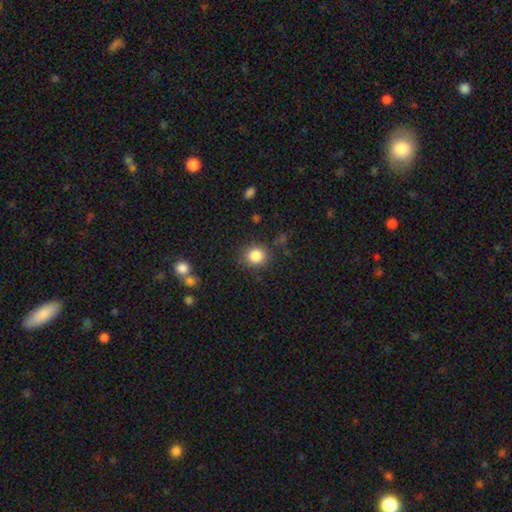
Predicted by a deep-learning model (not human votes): Smooth or featured? Predicted: smooth (p=0.84). How rounded? Predicted: round (p=0.82). Merging? Predicted: none (p=0.86).